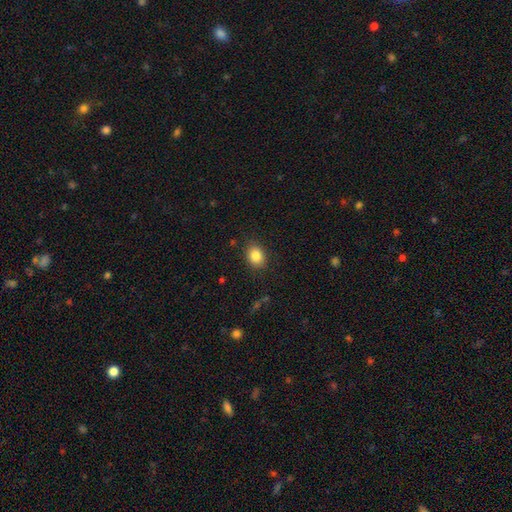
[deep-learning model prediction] smooth_or_featured: smooth (p=0.85) [alt: star or artifact p=0.09]
how_rounded: in between (p=0.57) [alt: round p=0.42]
merging: none (p=0.85) [alt: minor disturbance p=0.11]